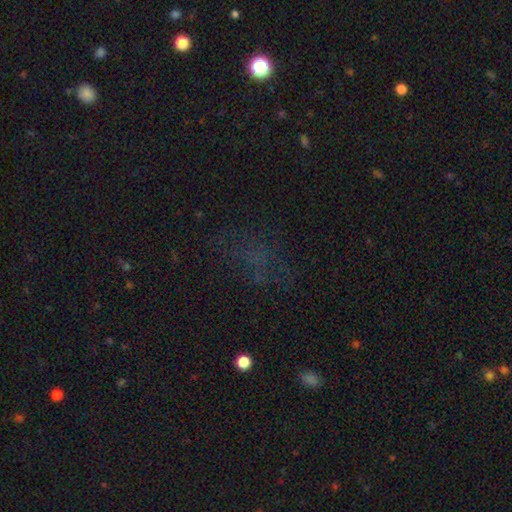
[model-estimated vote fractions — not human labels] smooth-or-featured: star or artifact: 45% | smooth: 35% | featured or disk: 20%